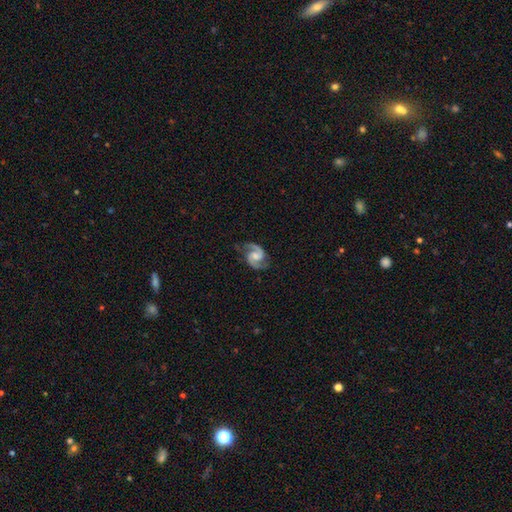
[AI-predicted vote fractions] The model was most divided on "bar": weak: 47%, no: 40%, strong: 14%. Remaining: spiral arms — yes (98%); edge-on disk — no (98%); spiral arm count — 2 (94%); smooth or featured — featured or disk (92%); merging — none (81%); spiral winding — medium (62%); bulge size — moderate (48%).